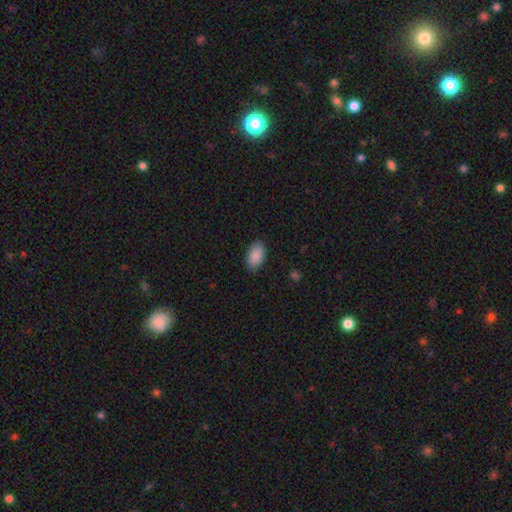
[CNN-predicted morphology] Smooth or featured: smooth — 89% (star or artifact — 7%)
How rounded: in between — 93% (round — 5%)
Merging: none — 87% (minor disturbance — 10%)